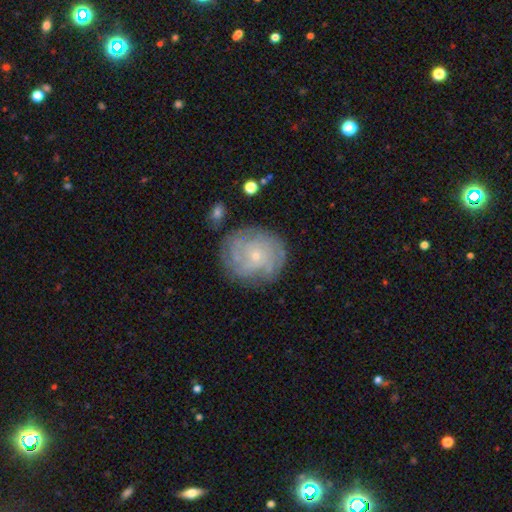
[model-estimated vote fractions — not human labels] This appears to be a featured or disk galaxy (70%) with no bar (84%), tight (72%) spiral arms (87%) and a small central bulge (84%). Merging: none (77%).